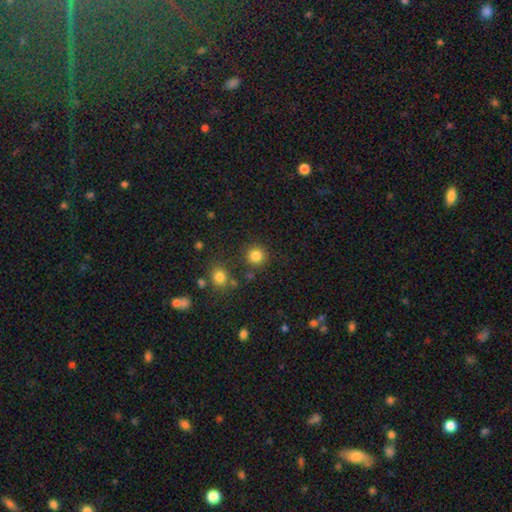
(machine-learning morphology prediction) smooth_or_featured: smooth (p=0.84) [alt: star or artifact p=0.12]
how_rounded: round (p=0.93) [alt: in between p=0.06]
merging: none (p=0.85) [alt: minor disturbance p=0.07]